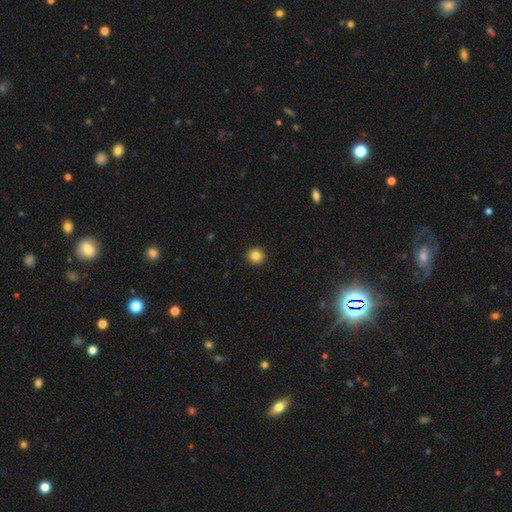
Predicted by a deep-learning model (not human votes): Smooth or featured?
  - smooth: 85% *
  - star or artifact: 11%
  - featured or disk: 4%
How rounded?
  - round: 94% *
  - in between: 5%
  - cigar-shaped: 1%
Merging?
  - none: 93% *
  - minor disturbance: 4%
  - major disturbance: 2%
  - merger: 1%